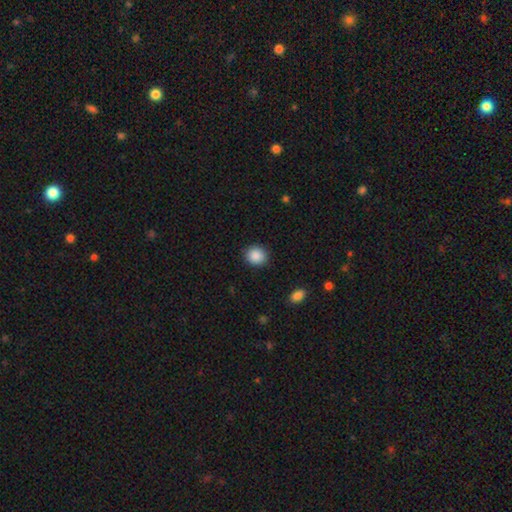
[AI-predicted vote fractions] smooth 89%, star or artifact 8%, featured or disk 3%. Down the decision tree: how rounded — round (82%); merging — none (90%).